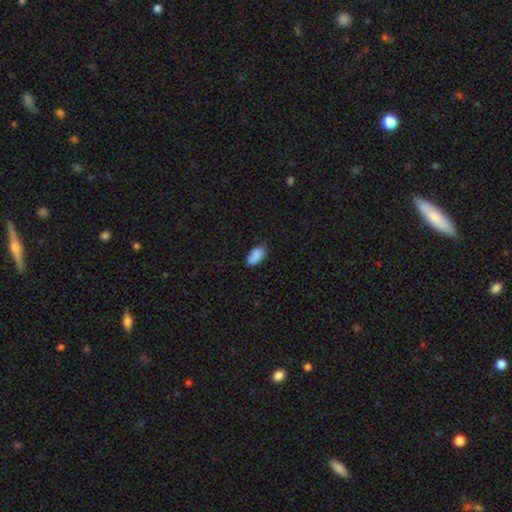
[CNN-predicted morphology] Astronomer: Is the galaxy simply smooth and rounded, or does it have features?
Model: smooth — 87%.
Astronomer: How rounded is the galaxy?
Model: in between — 94%.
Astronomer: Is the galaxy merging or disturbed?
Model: none — 67%.